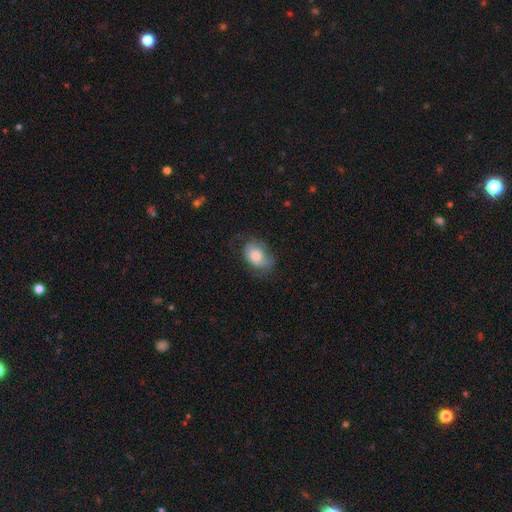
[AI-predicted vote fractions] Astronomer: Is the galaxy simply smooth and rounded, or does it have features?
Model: smooth — 66%.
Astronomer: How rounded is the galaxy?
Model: in between — 74%.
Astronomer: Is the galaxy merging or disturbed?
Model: none — 50% (runner-up: minor disturbance, 29%).